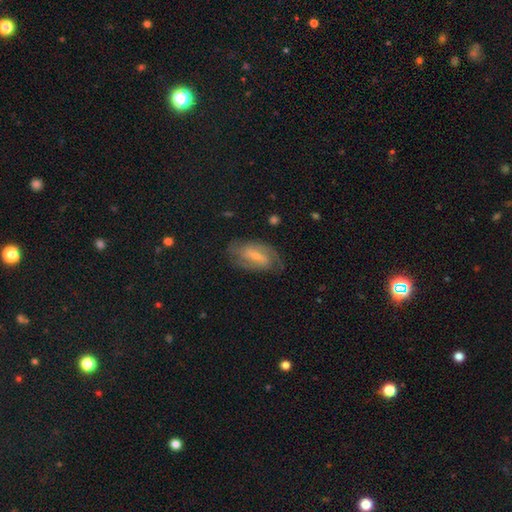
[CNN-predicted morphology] Smooth or featured? Predicted: featured or disk (p=0.72). Edge-on disk? Predicted: no (p=0.95). Bar? Predicted: weak (p=0.47). Spiral arms? Predicted: yes (p=0.88). Spiral winding? Predicted: medium (p=0.46). Spiral arm count? Predicted: 2 (p=0.69). Bulge size? Predicted: small (p=0.61). Merging? Predicted: none (p=0.71).